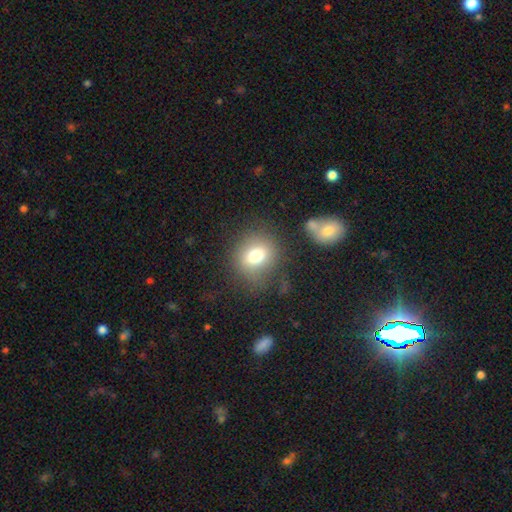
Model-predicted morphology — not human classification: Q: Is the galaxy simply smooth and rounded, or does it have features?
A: smooth — 74%.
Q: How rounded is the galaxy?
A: round — 68%.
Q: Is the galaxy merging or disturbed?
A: none — 73%.